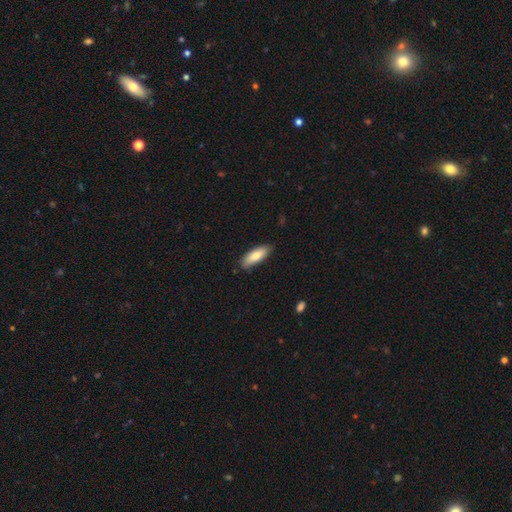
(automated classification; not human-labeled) A smooth galaxy with no disk features (78%) that is in between round and cigar-shaped (67%). Merging: none (82%).